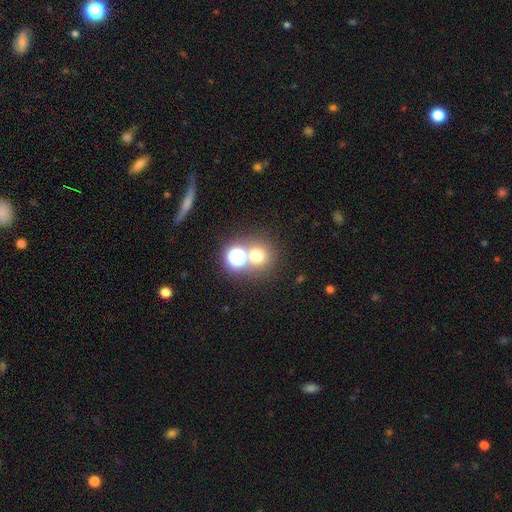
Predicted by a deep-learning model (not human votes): smooth-or-featured: smooth: 65% | star or artifact: 25% | featured or disk: 10%
  how-rounded: round: 89% | in between: 10% | cigar-shaped: 1%
  merging: none: 61% | merger: 28% | minor disturbance: 7% | major disturbance: 4%